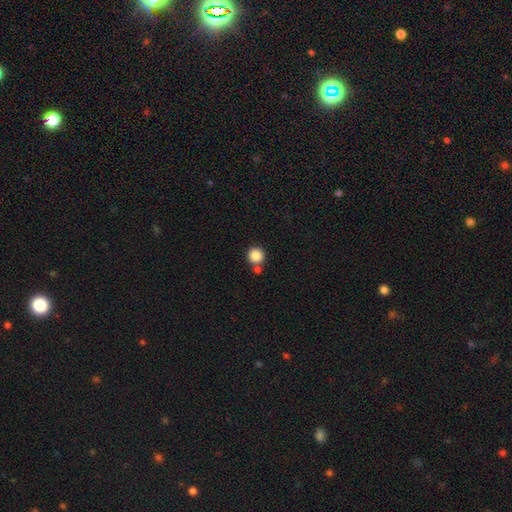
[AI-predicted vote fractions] Morphology: type=smooth (86%); roundness=round (94%); merging=none (73%).